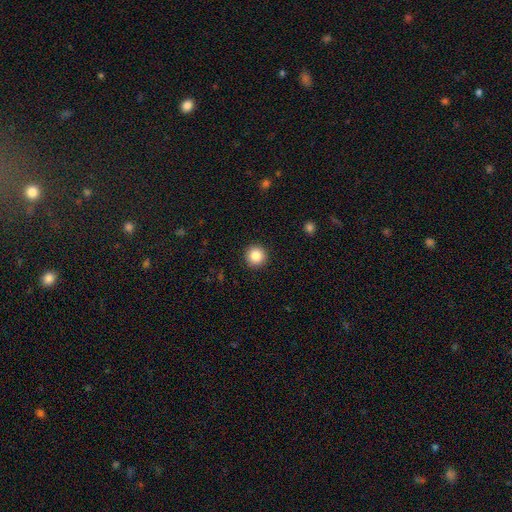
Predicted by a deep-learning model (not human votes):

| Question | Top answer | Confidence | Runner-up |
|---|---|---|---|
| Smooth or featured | smooth | 85% | star or artifact (10%) |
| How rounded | round | 96% | in between (4%) |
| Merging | none | 93% | minor disturbance (5%) |